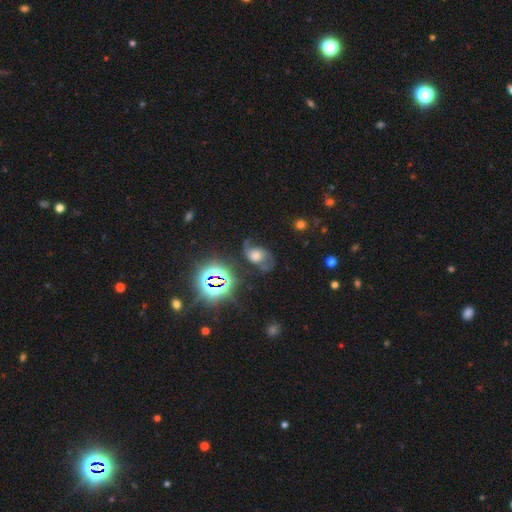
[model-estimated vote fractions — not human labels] smooth-or-featured: featured or disk: 47% | smooth: 31% | star or artifact: 23%
  merging: none: 39% | major disturbance: 30% | minor disturbance: 26% | merger: 5%